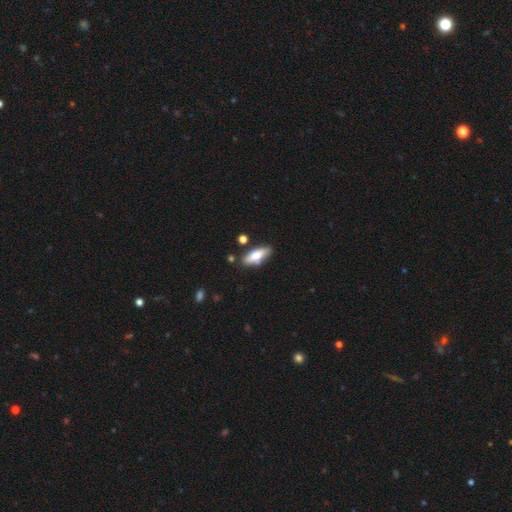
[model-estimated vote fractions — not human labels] Morphology: type=smooth (62%); roundness=in between (65%); merging=none (79%).